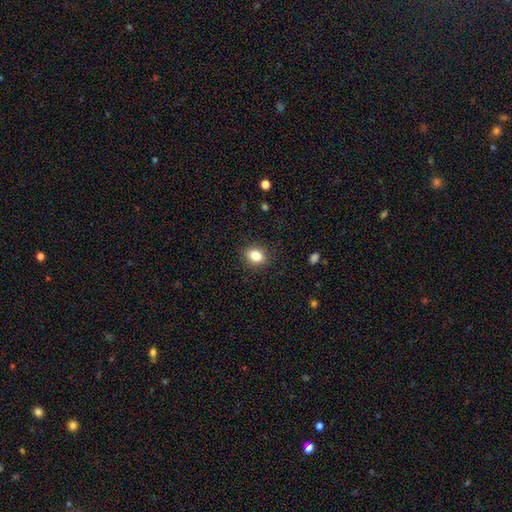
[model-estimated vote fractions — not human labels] Smooth or featured? smooth (83%)
How rounded? in between (58%)
Merging? none (88%)